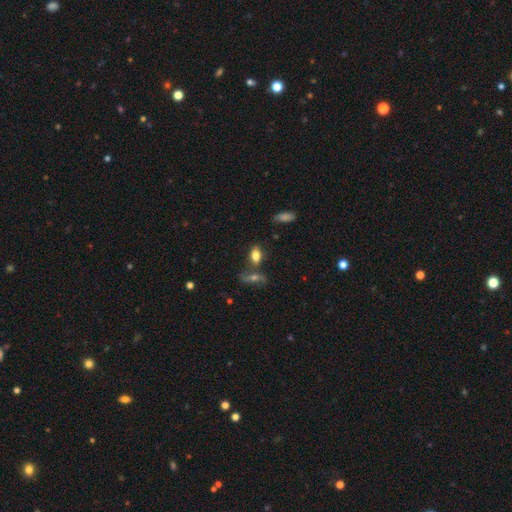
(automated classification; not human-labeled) Smooth or featured? Predicted: smooth (p=0.75). How rounded? Predicted: in between (p=0.86). Merging? Predicted: none (p=0.57).